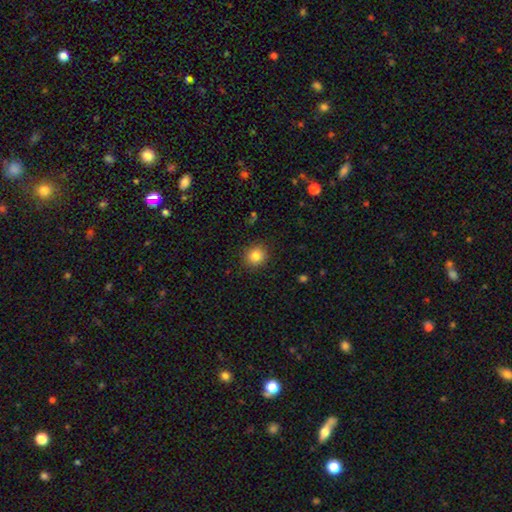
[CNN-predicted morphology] Smooth or featured: smooth — 83% (star or artifact — 11%)
How rounded: round — 87% (in between — 12%)
Merging: none — 90% (minor disturbance — 7%)